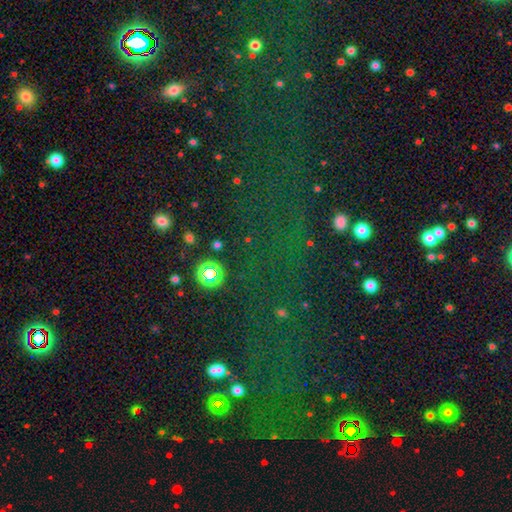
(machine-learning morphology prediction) type=star or artifact (68%).